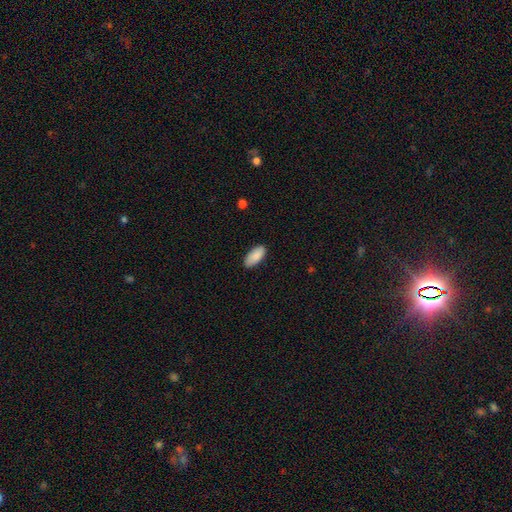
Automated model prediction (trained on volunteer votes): Morphology: type=smooth (89%); roundness=in between (90%); merging=none (87%).